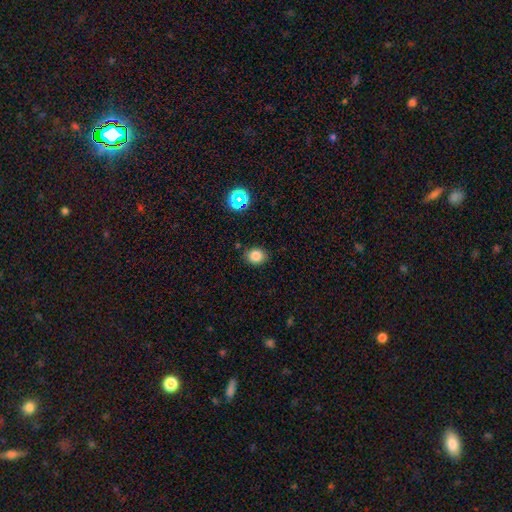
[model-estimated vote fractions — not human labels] Smooth or featured?
  - smooth: 81% *
  - star or artifact: 13%
  - featured or disk: 6%
How rounded?
  - round: 61% *
  - in between: 38%
  - cigar-shaped: 1%
Merging?
  - none: 84% *
  - minor disturbance: 11%
  - major disturbance: 3%
  - merger: 2%